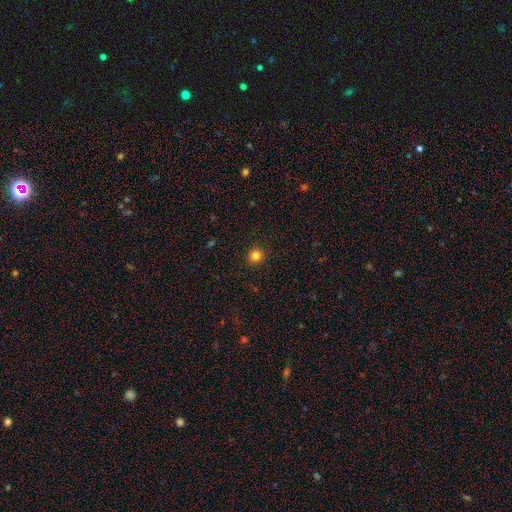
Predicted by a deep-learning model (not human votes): smooth_or_featured: smooth (p=0.83) [alt: star or artifact p=0.13]
how_rounded: round (p=0.94) [alt: in between p=0.05]
merging: none (p=0.92) [alt: minor disturbance p=0.05]